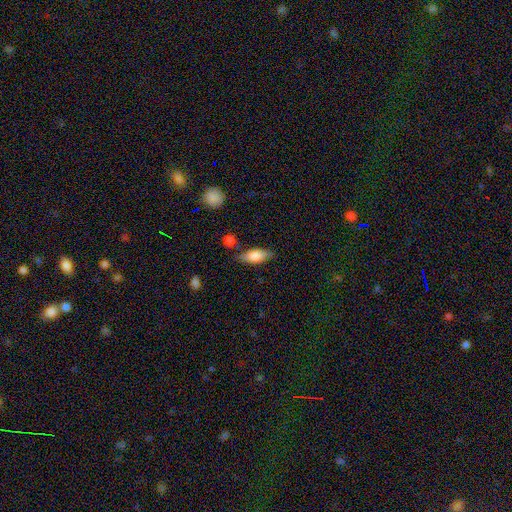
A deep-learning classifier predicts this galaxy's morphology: Q: Smooth or featured?
A: smooth (72%); runner-up: featured or disk (21%)
Q: How rounded?
A: in between (72%); runner-up: cigar-shaped (24%)
Q: Merging?
A: none (76%); runner-up: minor disturbance (16%)